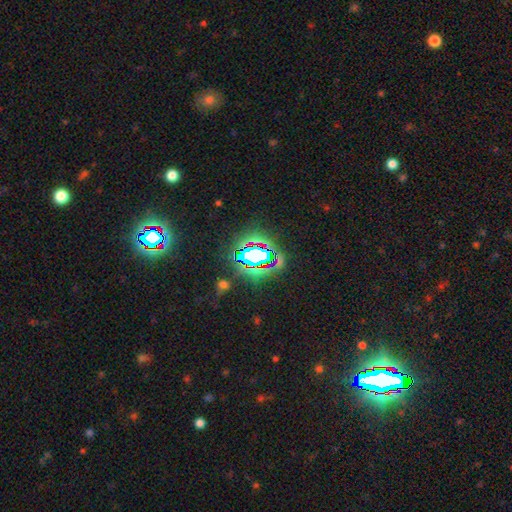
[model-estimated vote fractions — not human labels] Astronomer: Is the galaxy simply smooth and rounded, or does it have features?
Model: star or artifact — 69%.